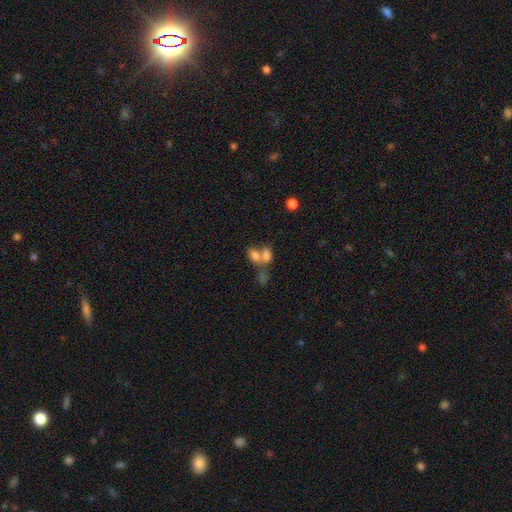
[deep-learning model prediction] A smooth galaxy with no disk features (74%) that is in between round and cigar-shaped (77%).

Vote fractions:
- Smooth or featured? smooth: 74% / featured or disk: 14% / star or artifact: 11%
- How rounded? in between: 77% / round: 20% / cigar-shaped: 2%
- Merging? merger: 64% / none: 23% / minor disturbance: 8% / major disturbance: 5%